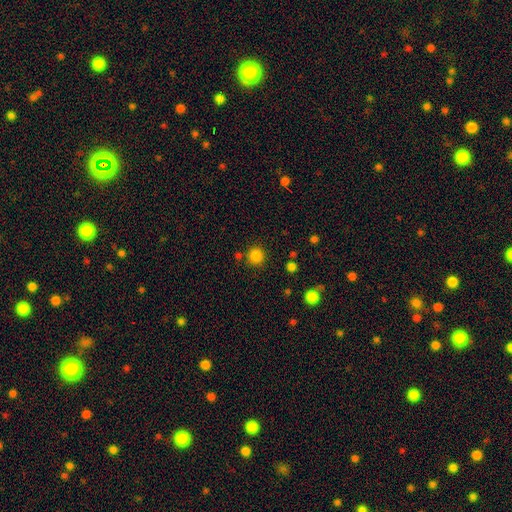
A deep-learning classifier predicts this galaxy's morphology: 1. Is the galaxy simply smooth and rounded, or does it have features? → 84% smooth, 13% star or artifact, 4% featured or disk.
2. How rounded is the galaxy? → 94% round, 6% in between, 1% cigar-shaped.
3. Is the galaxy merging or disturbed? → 84% none, 7% minor disturbance, 5% merger, 3% major disturbance.